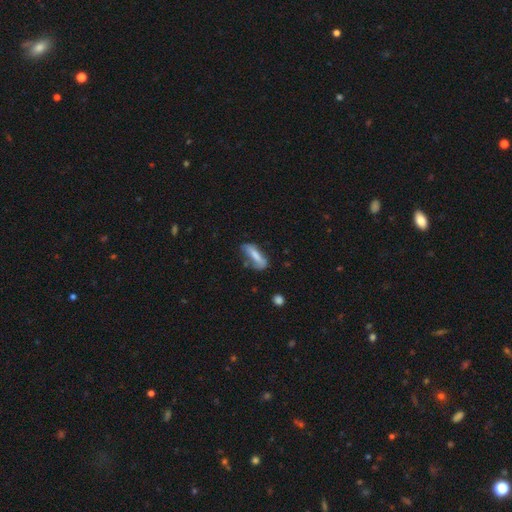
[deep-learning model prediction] Smooth or featured: smooth — 65% (featured or disk — 27%)
How rounded: in between — 53% (cigar-shaped — 45%)
Merging: none — 48% (minor disturbance — 31%)